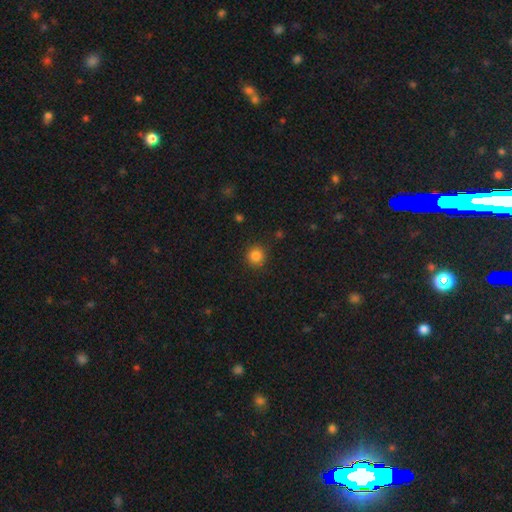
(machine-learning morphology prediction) This is clearly a smooth galaxy (84%). How rounded: clearly round (93%). Merging: clearly none (89%).